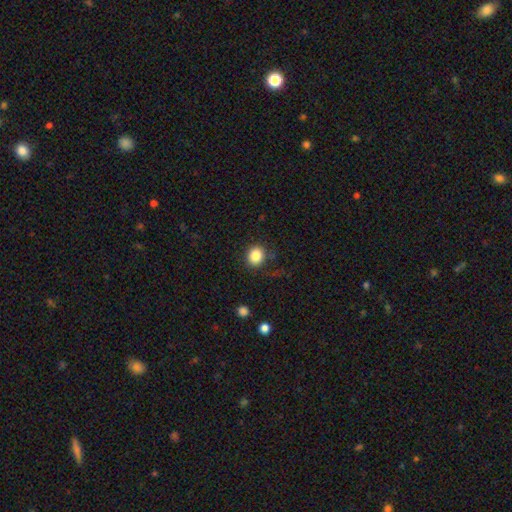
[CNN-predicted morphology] Smooth or featured? smooth (85%)
How rounded? round (75%)
Merging? none (84%)